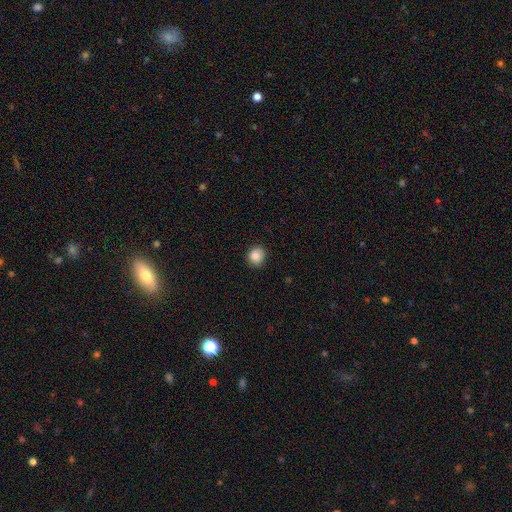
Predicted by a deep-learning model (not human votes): Q: Smooth or featured?
A: smooth (86%); runner-up: star or artifact (9%)
Q: How rounded?
A: round (81%); runner-up: in between (18%)
Q: Merging?
A: none (87%); runner-up: minor disturbance (10%)